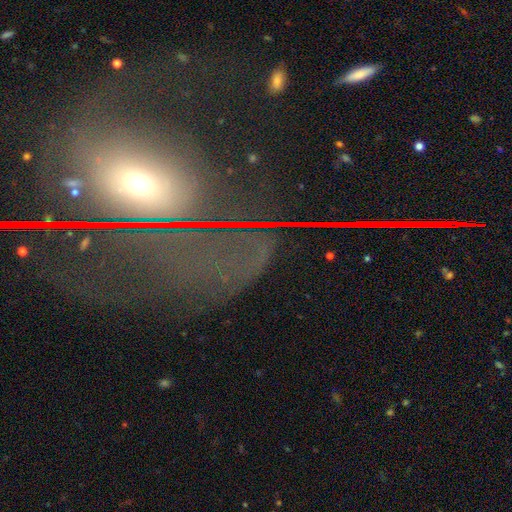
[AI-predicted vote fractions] Morphology: type=star or artifact (59%).